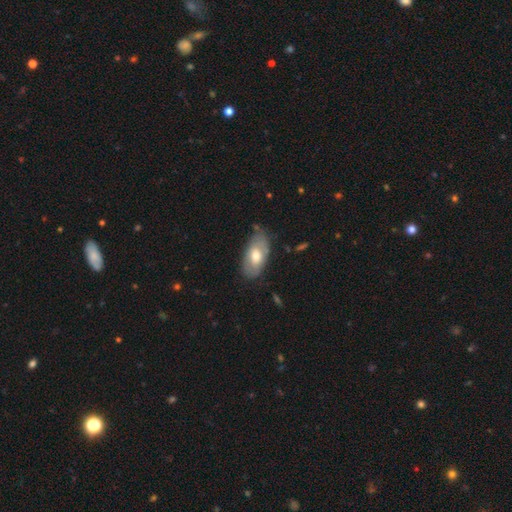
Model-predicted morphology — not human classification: smooth 56%, featured or disk 38%, star or artifact 6%. Down the decision tree: how rounded — in between (92%); merging — none (74%).